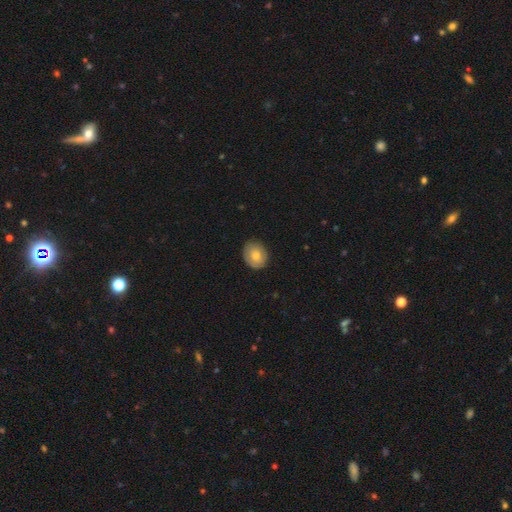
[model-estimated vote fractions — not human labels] Overall: smooth (73%). How rounded: round (69%; in between 30%). Merging: none (84%).